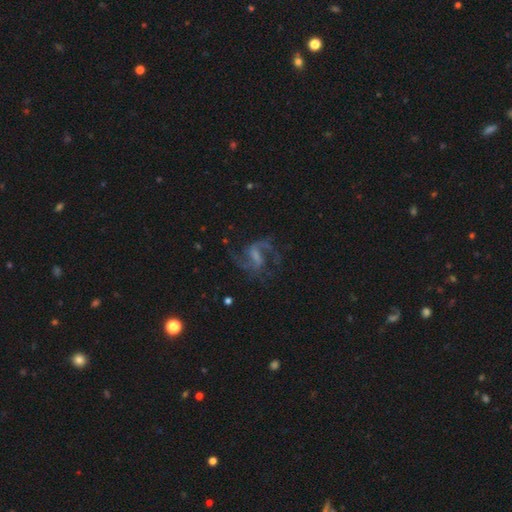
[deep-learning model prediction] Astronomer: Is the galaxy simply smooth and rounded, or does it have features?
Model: featured or disk — 85%.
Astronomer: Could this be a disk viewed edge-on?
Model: no — 98%.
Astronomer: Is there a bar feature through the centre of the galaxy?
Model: weak — 52% (runner-up: strong, 31%).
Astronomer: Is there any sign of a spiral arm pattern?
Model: yes — 96%.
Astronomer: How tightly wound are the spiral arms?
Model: medium — 52% (runner-up: loose, 38%).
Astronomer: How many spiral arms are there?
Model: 2 — 83%.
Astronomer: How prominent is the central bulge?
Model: none — 41% (runner-up: small, 31%).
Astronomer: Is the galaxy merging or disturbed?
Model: none — 66%.